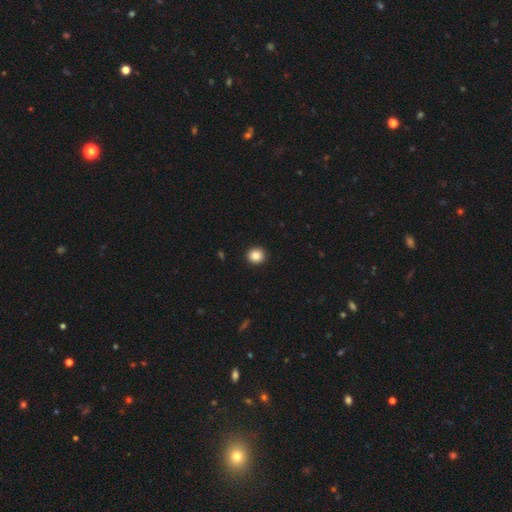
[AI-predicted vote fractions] Smooth or featured? Predicted: smooth (p=0.86). How rounded? Predicted: round (p=0.92). Merging? Predicted: none (p=0.94).